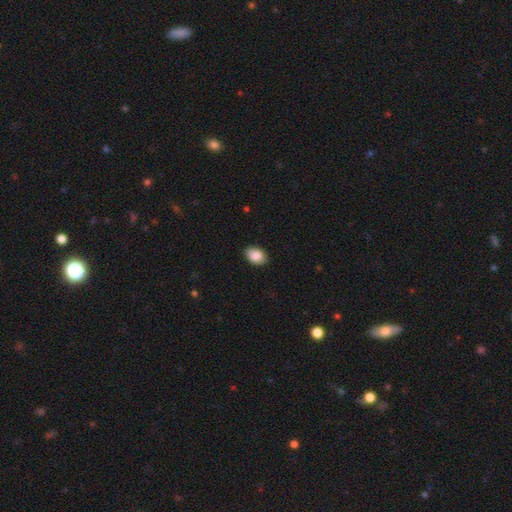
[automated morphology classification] smooth 88%, star or artifact 7%, featured or disk 5%. Down the decision tree: how rounded — in between (81%); merging — none (87%).